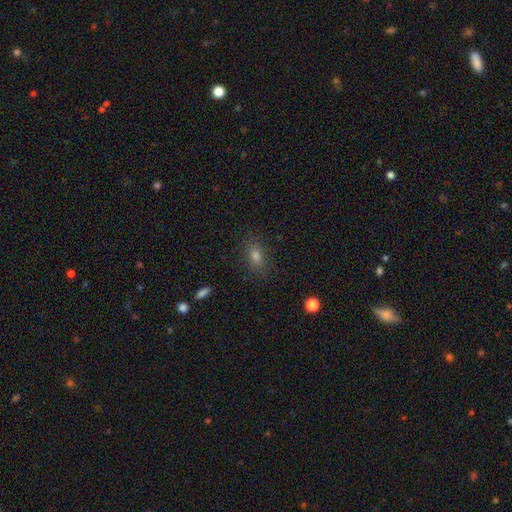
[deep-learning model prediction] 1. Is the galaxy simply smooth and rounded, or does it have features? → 72% smooth, 17% star or artifact, 11% featured or disk.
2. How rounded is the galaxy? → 76% in between, 18% round, 7% cigar-shaped.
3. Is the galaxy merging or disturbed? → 85% none, 11% minor disturbance, 3% major disturbance, 1% merger.